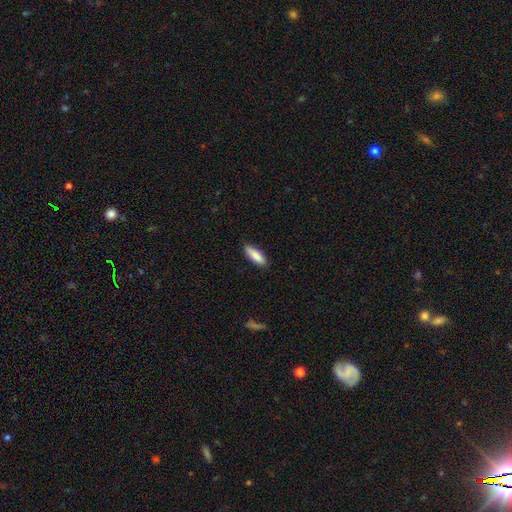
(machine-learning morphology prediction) Smooth or featured? smooth (88%)
How rounded? in between (58%)
Merging? none (86%)